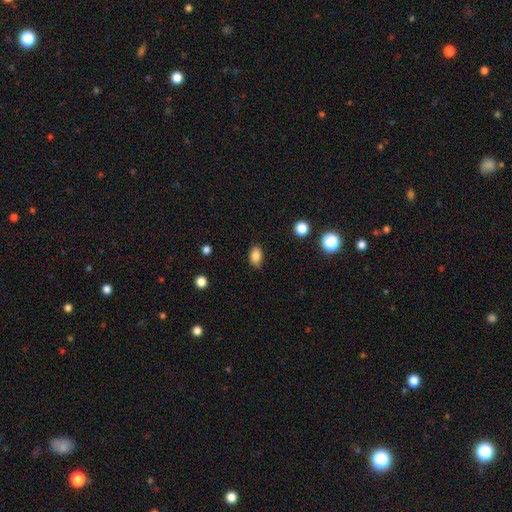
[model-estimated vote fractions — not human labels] This appears to be a smooth galaxy with no disk features (85%) that is in between round and cigar-shaped (84%). Merging: none (80%).